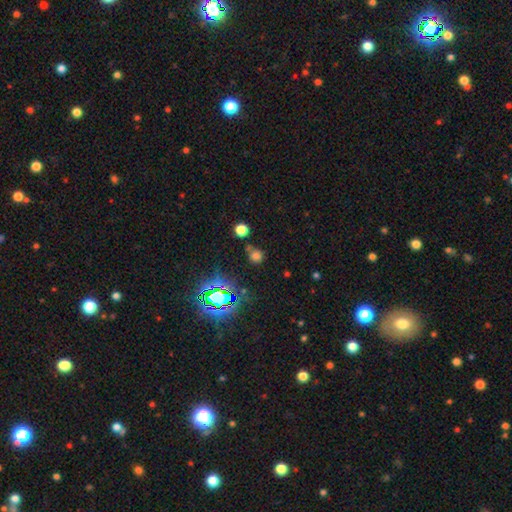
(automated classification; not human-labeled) This appears to be a smooth galaxy with no disk features (59%) that is round (84%). Merging: none (64%).